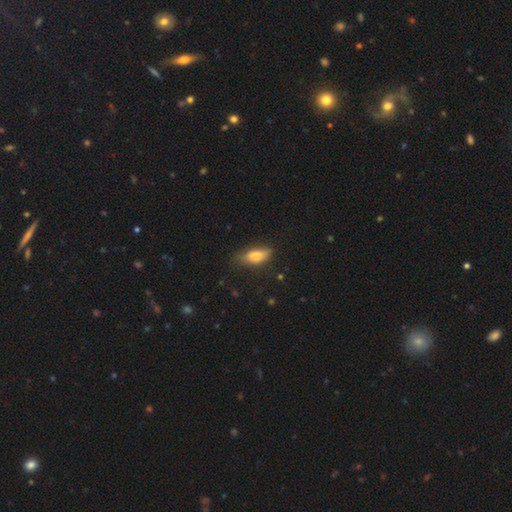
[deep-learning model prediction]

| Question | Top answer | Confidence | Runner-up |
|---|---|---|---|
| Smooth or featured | smooth | 78% | featured or disk (14%) |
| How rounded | in between | 76% | cigar-shaped (20%) |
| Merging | none | 57% | minor disturbance (31%) |